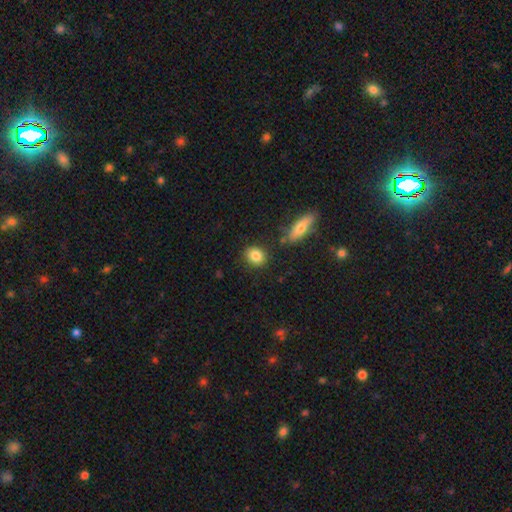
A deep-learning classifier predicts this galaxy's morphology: Overall: smooth (84%). How rounded: round (60%; in between 37%). Merging: none (83%).